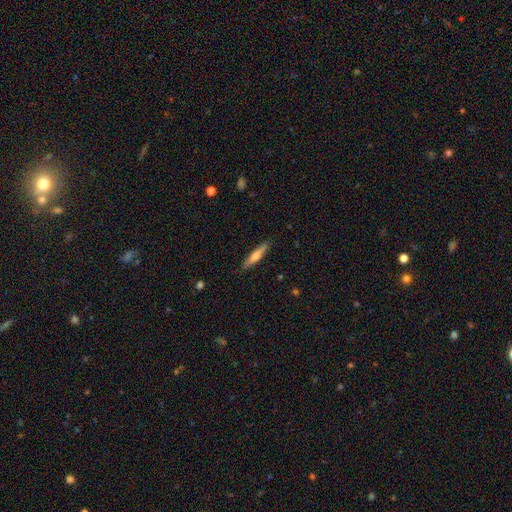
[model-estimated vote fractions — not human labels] The model was most divided on "smooth or featured": smooth: 51%, featured or disk: 43%, star or artifact: 6%. More confident: merging — none (89%); how rounded — cigar-shaped (88%).